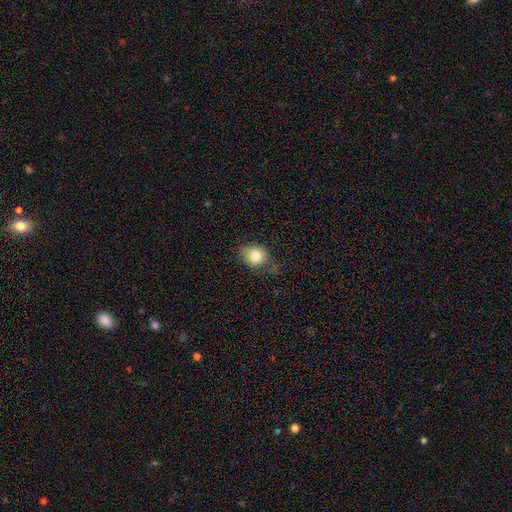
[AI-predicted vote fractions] Smooth or featured? Predicted: smooth (p=0.81). How rounded? Predicted: round (p=0.54). Merging? Predicted: none (p=0.56).